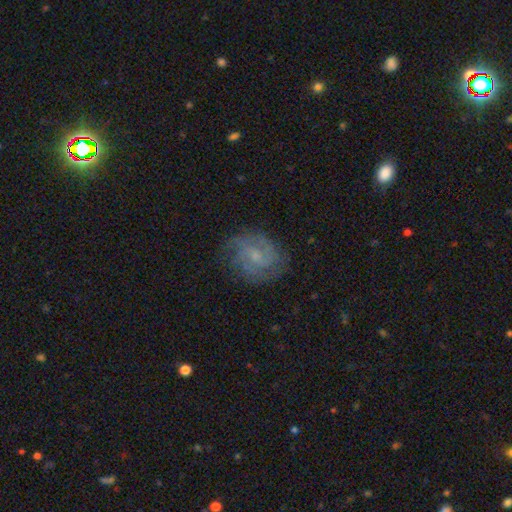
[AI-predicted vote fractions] Overall: featured or disk (75%). Edge-on disk: no (98%). Bar: no (56%; weak 39%). Spiral arms: yes (93%). Spiral arm count: 2 (36%; can't tell 27%). Spiral winding: tight (47%; medium 41%). Bulge size: small (62%; moderate 27%). Merging: none (75%).